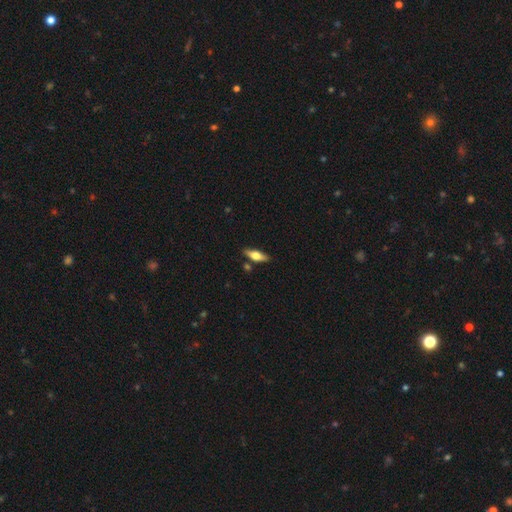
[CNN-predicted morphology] A smooth galaxy with no disk features (51%) that is in between round and cigar-shaped (60%).

Vote fractions:
- Smooth or featured? smooth: 51% / featured or disk: 43% / star or artifact: 6%
- How rounded? in between: 60% / cigar-shaped: 37% / round: 3%
- Merging? none: 83% / minor disturbance: 11% / merger: 4% / major disturbance: 2%